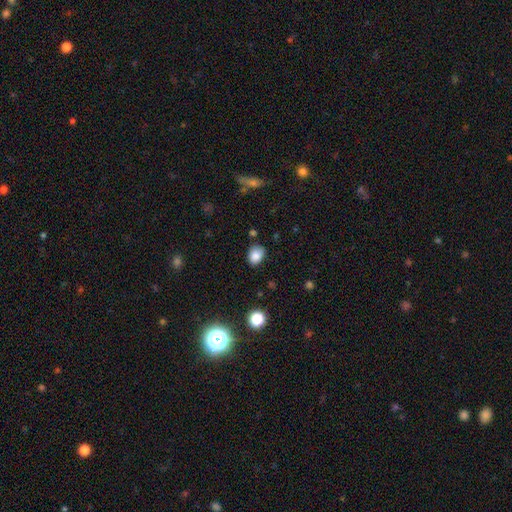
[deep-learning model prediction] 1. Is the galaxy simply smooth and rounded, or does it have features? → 85% smooth, 10% star or artifact, 5% featured or disk.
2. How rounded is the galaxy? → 64% in between, 35% round, 1% cigar-shaped.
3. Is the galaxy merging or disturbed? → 75% none, 19% minor disturbance, 4% major disturbance, 3% merger.